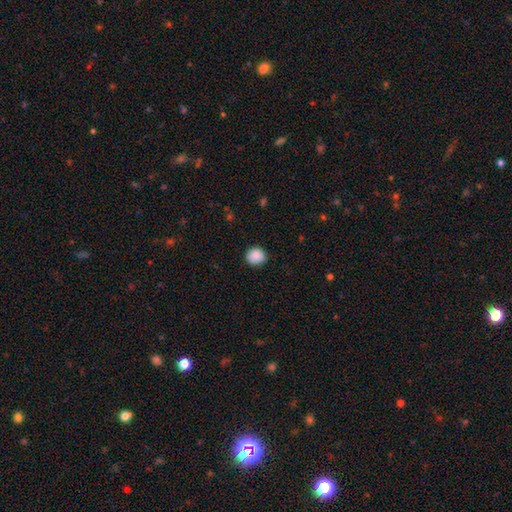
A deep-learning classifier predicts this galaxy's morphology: Smooth or featured: smooth — 89% (star or artifact — 8%)
How rounded: round — 86% (in between — 13%)
Merging: none — 88% (minor disturbance — 9%)